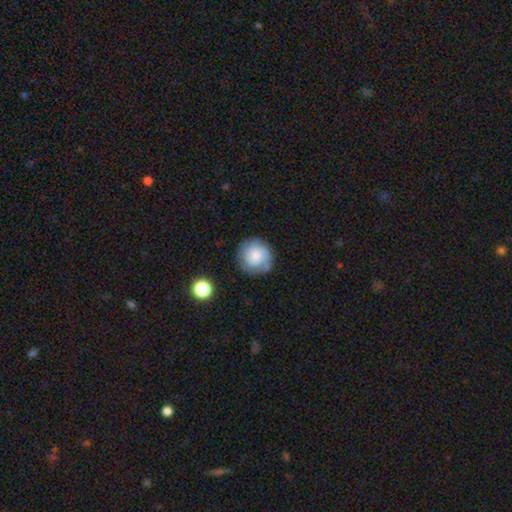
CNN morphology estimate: Smooth or featured?
  - featured or disk: 48% *
  - smooth: 44%
  - star or artifact: 8%
Merging?
  - none: 72% *
  - minor disturbance: 19%
  - major disturbance: 7%
  - merger: 2%